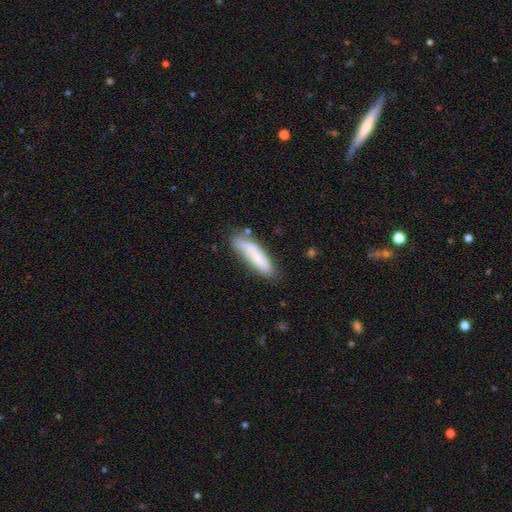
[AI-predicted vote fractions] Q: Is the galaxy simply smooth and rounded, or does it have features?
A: smooth — 61%.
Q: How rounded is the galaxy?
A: cigar-shaped — 63%.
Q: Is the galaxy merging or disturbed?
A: none — 60%.